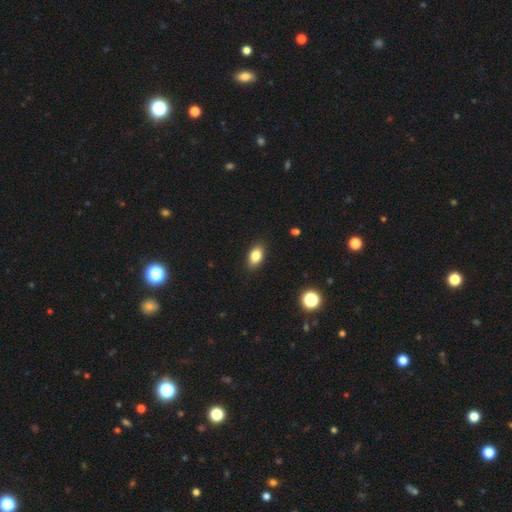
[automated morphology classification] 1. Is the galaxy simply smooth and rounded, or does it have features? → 83% smooth, 9% star or artifact, 8% featured or disk.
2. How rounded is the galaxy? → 87% in between, 10% round, 2% cigar-shaped.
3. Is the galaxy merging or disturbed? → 88% none, 9% minor disturbance, 2% major disturbance, 1% merger.